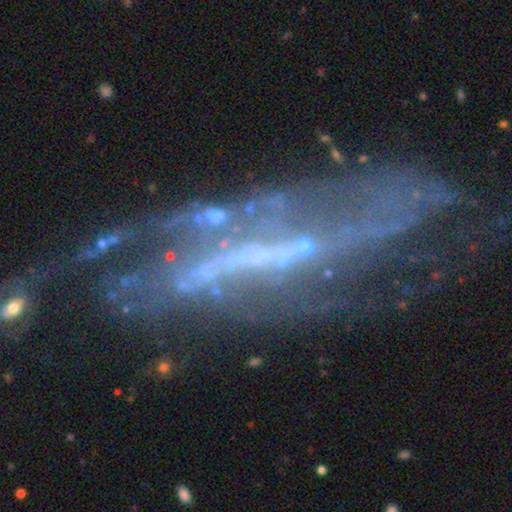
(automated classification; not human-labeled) The model was most divided on "bulge size": small: 43%, none: 38%, moderate: 15%, large: 2%, dominant: 1%. Remaining: spiral arms — yes (86%); smooth or featured — featured or disk (85%); edge-on disk — no (80%); merging — none (54%); bar — strong (52%); spiral arm count — 2 (43%); spiral winding — medium (40%).